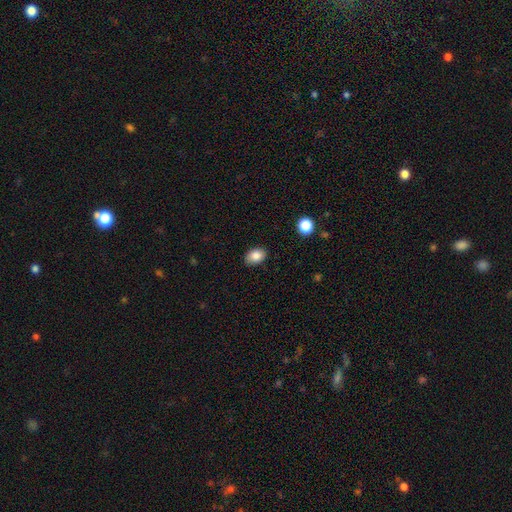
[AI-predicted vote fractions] Q: Smooth or featured?
A: smooth (85%); runner-up: star or artifact (9%)
Q: How rounded?
A: in between (79%); runner-up: round (20%)
Q: Merging?
A: none (85%); runner-up: minor disturbance (11%)